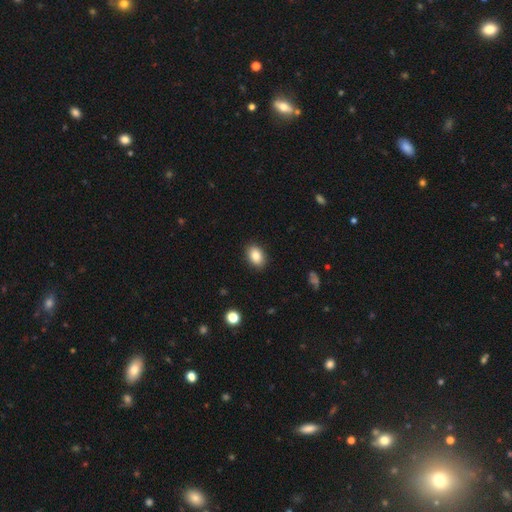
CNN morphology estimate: Smooth or featured: smooth — 86% (star or artifact — 8%)
How rounded: in between — 83% (round — 16%)
Merging: none — 89% (minor disturbance — 8%)